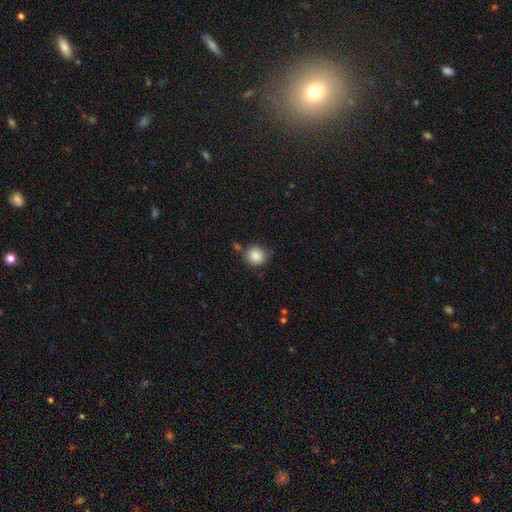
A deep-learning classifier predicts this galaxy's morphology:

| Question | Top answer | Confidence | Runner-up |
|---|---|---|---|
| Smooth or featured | smooth | 87% | star or artifact (9%) |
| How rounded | round | 90% | in between (9%) |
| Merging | none | 80% | minor disturbance (11%) |